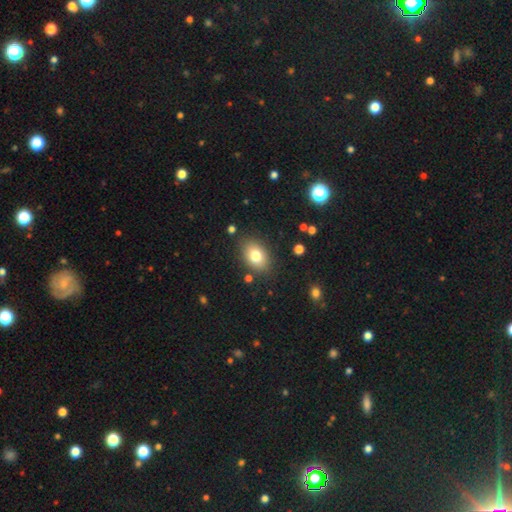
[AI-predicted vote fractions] smooth-or-featured: smooth: 78% | featured or disk: 12% | star or artifact: 10%
  how-rounded: in between: 77% | round: 21% | cigar-shaped: 1%
  merging: none: 85% | minor disturbance: 10% | major disturbance: 3% | merger: 2%